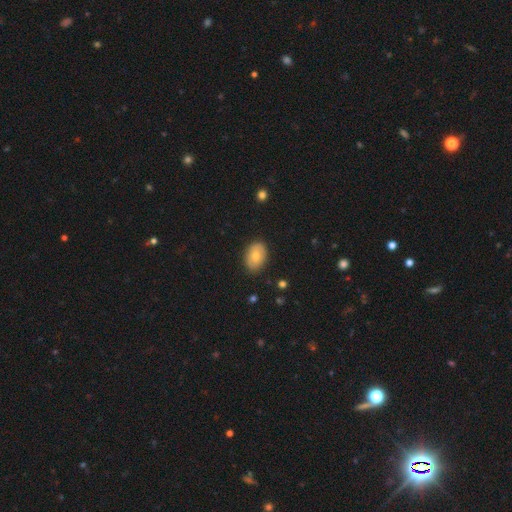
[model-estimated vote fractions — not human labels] The model was most divided on "smooth or featured": smooth: 73%, featured or disk: 20%, star or artifact: 8%. More confident: merging — none (84%); how rounded — in between (83%).